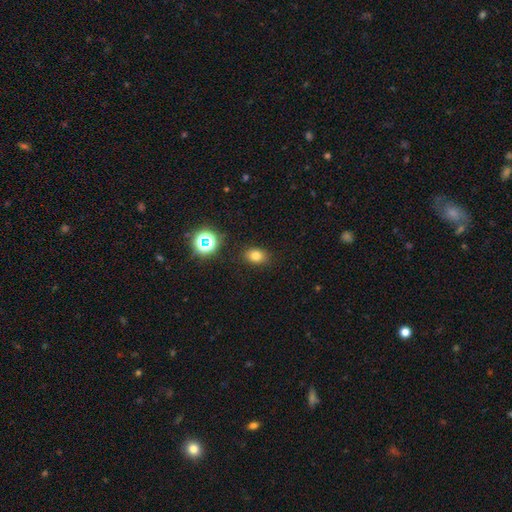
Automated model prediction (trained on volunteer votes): The model was most divided on "how rounded": in between: 68%, round: 31%, cigar-shaped: 1%. More confident: merging — none (86%); smooth or featured — smooth (76%).